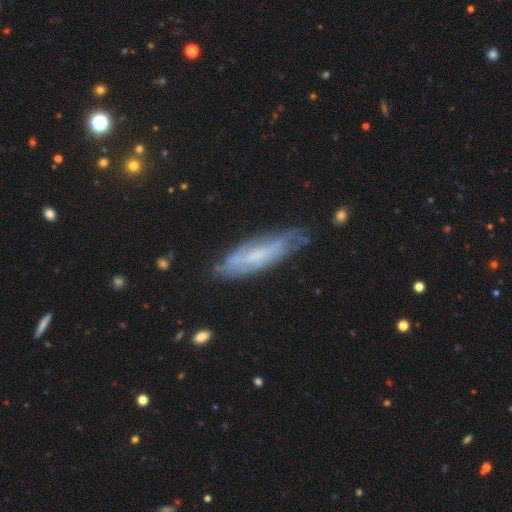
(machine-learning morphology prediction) Smooth or featured?
  - featured or disk: 60% *
  - smooth: 32%
  - star or artifact: 8%
Edge-on disk?
  - no: 59% *
  - yes: 41%
Merging?
  - none: 72% *
  - minor disturbance: 21%
  - major disturbance: 6%
  - merger: 2%